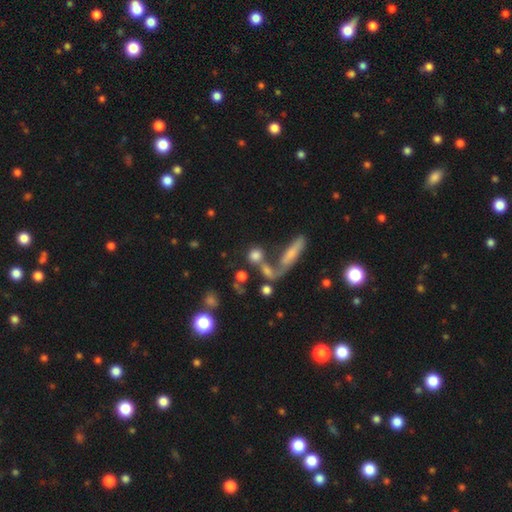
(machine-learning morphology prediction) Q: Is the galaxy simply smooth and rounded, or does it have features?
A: smooth — 72%.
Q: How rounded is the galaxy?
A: round — 65%.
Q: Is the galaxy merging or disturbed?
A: none — 43%.